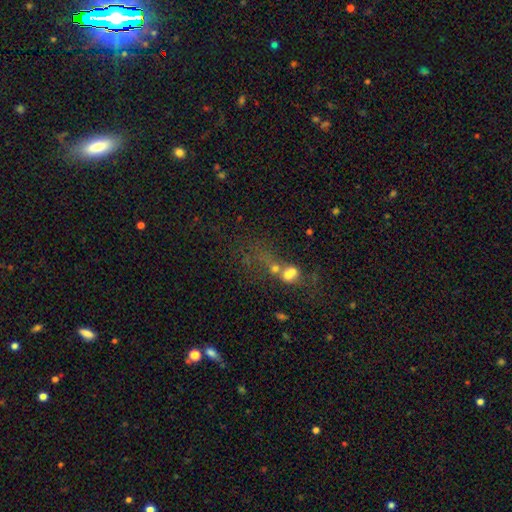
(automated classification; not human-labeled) Overall: star or artifact (43%; smooth 36%).